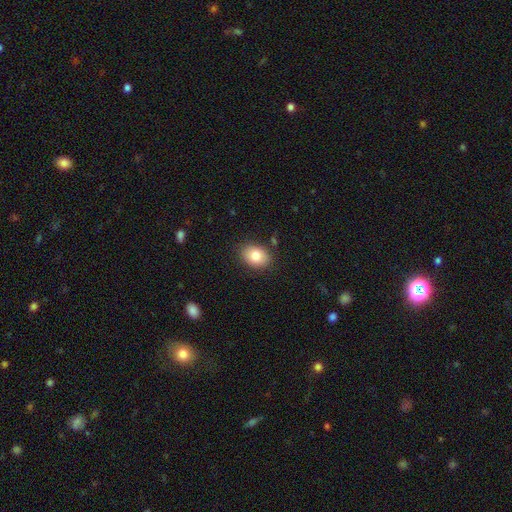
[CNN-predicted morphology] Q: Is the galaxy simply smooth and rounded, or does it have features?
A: smooth — 82%.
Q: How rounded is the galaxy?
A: in between — 73%.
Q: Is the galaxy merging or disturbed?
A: none — 85%.